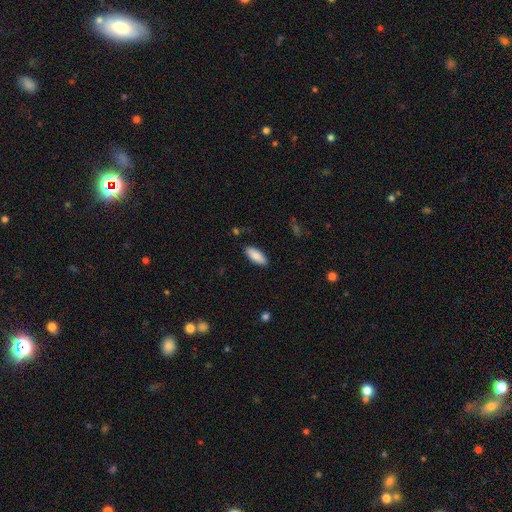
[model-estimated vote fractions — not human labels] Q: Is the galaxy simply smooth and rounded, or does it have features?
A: smooth — 86%.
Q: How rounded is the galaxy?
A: in between — 81%.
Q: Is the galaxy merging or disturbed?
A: none — 88%.